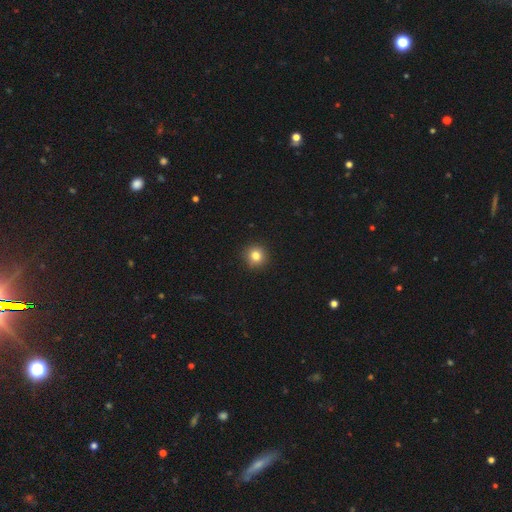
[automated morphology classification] smooth 82%, star or artifact 12%, featured or disk 7%. Down the decision tree: how rounded — round (93%); merging — none (92%).